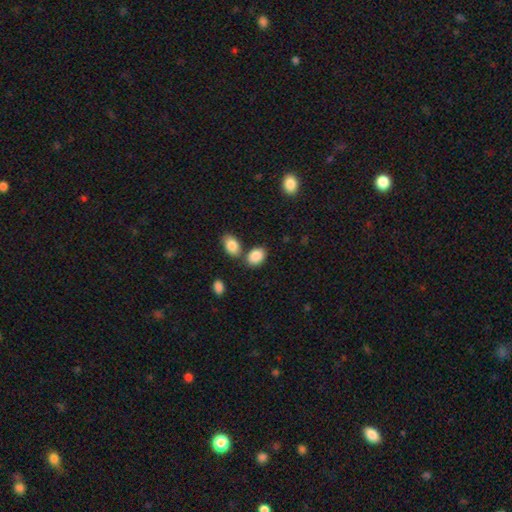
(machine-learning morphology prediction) A smooth galaxy with no disk features (88%) that is in between round and cigar-shaped (83%).

Vote fractions:
- Smooth or featured? smooth: 88% / star or artifact: 7% / featured or disk: 5%
- How rounded? in between: 83% / round: 15% / cigar-shaped: 1%
- Merging? none: 62% / merger: 22% / minor disturbance: 12% / major disturbance: 3%